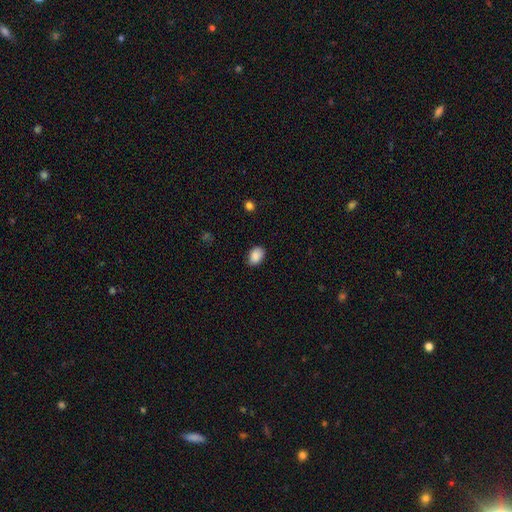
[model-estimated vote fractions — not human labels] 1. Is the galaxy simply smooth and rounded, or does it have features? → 89% smooth, 8% star or artifact, 3% featured or disk.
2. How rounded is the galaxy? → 83% in between, 16% round, 1% cigar-shaped.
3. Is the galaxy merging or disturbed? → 83% none, 13% minor disturbance, 3% major disturbance, 1% merger.